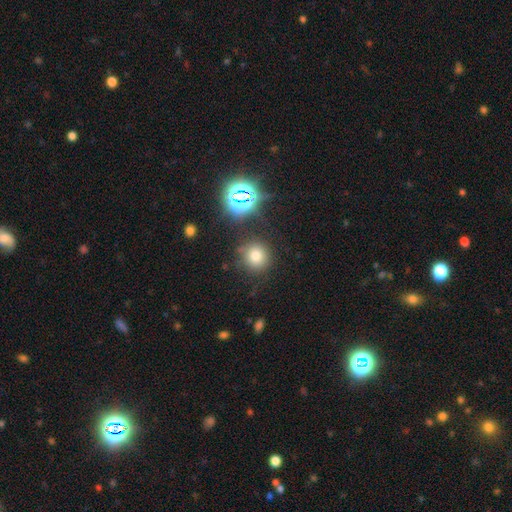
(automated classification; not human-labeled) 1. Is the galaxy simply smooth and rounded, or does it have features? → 69% smooth, 22% star or artifact, 9% featured or disk.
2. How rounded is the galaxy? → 90% round, 9% in between, 1% cigar-shaped.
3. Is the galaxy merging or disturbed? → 80% none, 12% minor disturbance, 5% major disturbance, 4% merger.